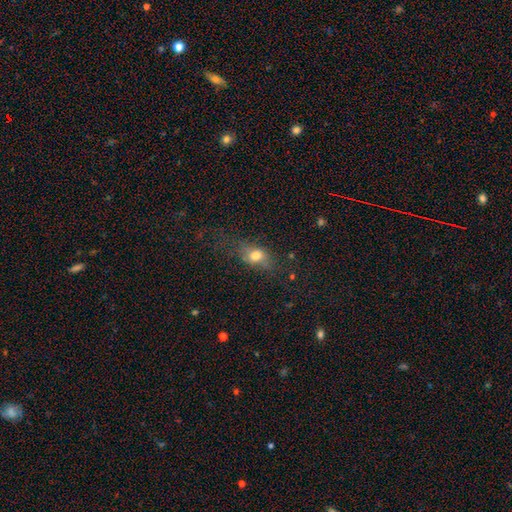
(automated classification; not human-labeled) smooth_or_featured: smooth (p=0.71) [alt: featured or disk p=0.17]
how_rounded: in between (p=0.68) [alt: round p=0.24]
merging: none (p=0.54) [alt: minor disturbance p=0.24]